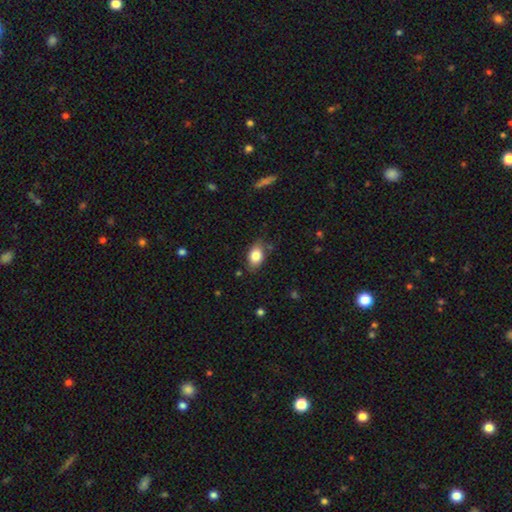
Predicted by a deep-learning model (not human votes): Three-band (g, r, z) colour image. It shows a smooth galaxy with no disk features (83%) that is in between round and cigar-shaped (83%). Merging: none (76%).